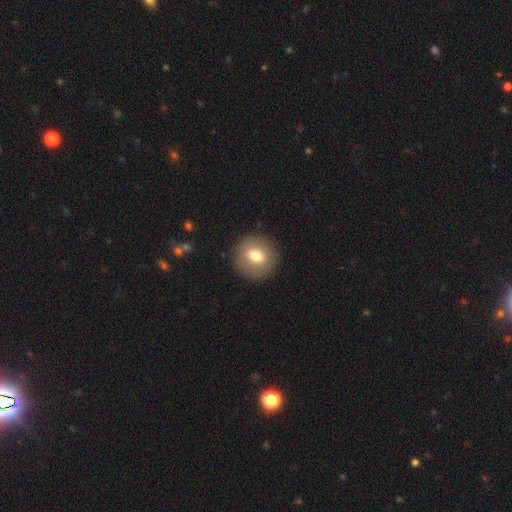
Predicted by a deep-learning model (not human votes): Morphology: type=smooth (74%); roundness=round (92%); merging=none (90%).